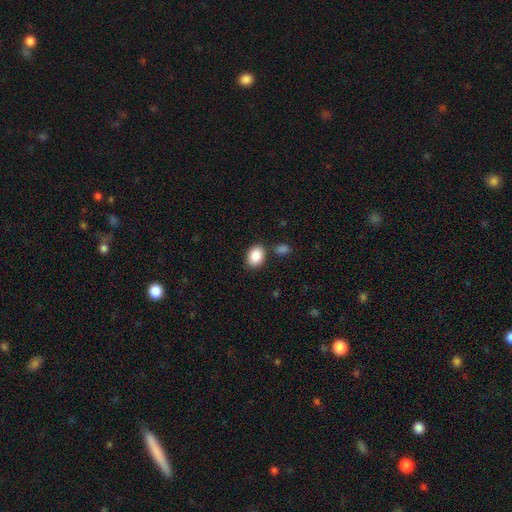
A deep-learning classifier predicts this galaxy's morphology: This appears to be a smooth galaxy with no disk features (87%) that is in between round and cigar-shaped (70%). Merging: none (80%).